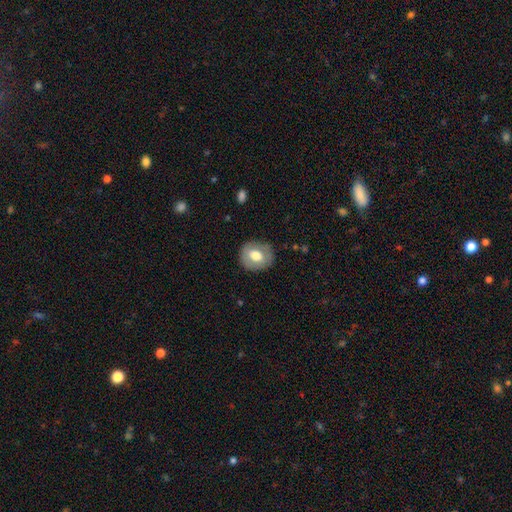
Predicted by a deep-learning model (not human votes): Smooth or featured? Predicted: smooth (p=0.63). How rounded? Predicted: round (p=0.69). Merging? Predicted: none (p=0.82).